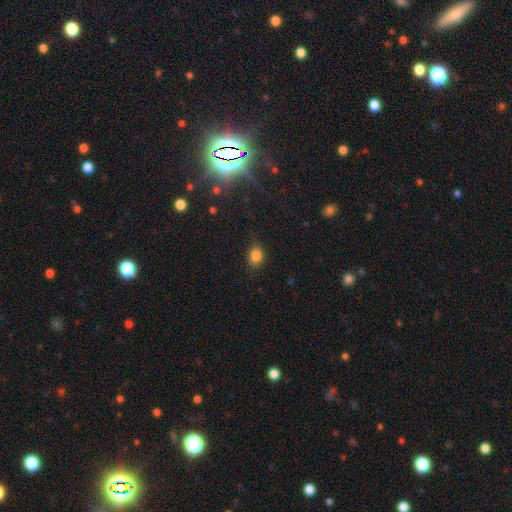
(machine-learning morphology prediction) Smooth or featured: smooth — 84% (star or artifact — 11%)
How rounded: in between — 61% (round — 38%)
Merging: none — 82% (minor disturbance — 14%)